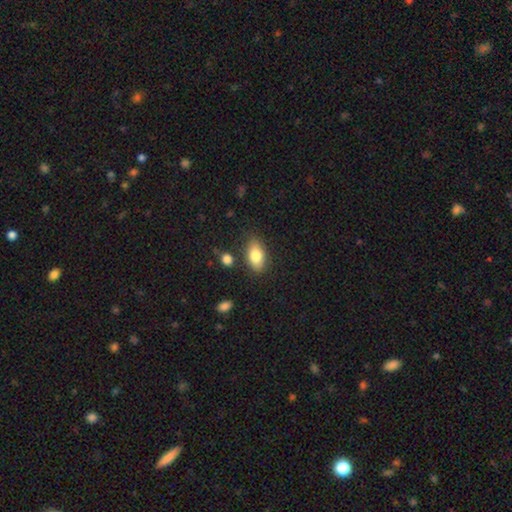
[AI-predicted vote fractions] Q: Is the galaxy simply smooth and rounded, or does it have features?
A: smooth — 80%.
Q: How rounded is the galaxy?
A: in between — 90%.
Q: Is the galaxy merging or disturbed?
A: none — 80%.